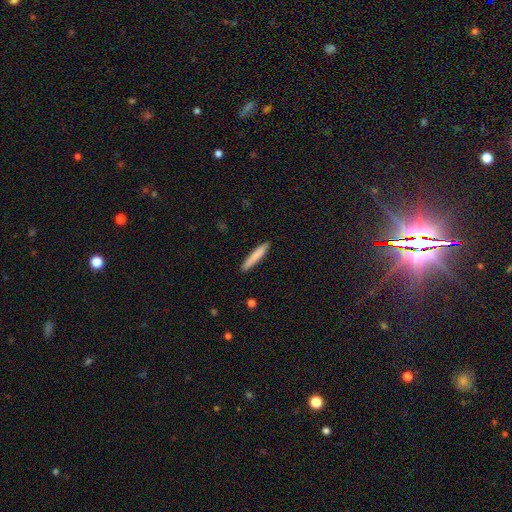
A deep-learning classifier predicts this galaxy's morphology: Smooth or featured: smooth — 82% (featured or disk — 12%)
How rounded: cigar-shaped — 93% (in between — 6%)
Merging: none — 90% (minor disturbance — 7%)